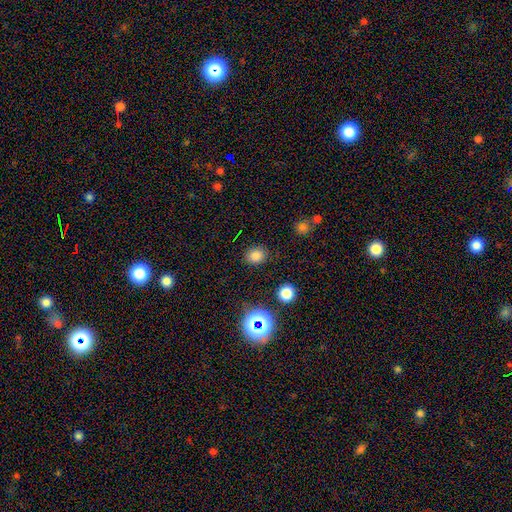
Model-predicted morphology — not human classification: Q: Smooth or featured?
A: smooth (78%); runner-up: star or artifact (16%)
Q: How rounded?
A: round (68%); runner-up: in between (31%)
Q: Merging?
A: none (87%); runner-up: minor disturbance (8%)